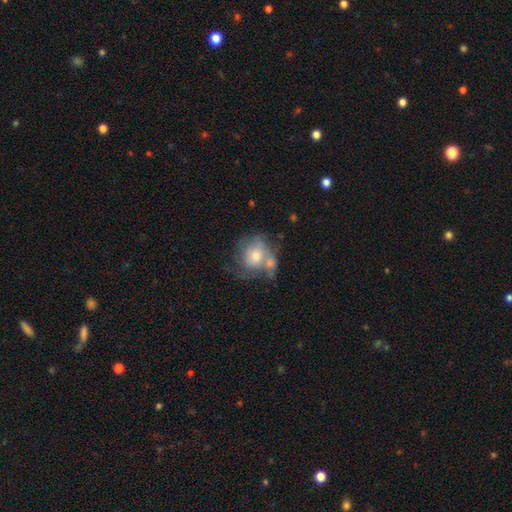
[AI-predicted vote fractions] Q: Smooth or featured?
A: featured or disk (46%); runner-up: smooth (45%)
Q: Merging?
A: merger (38%); runner-up: none (30%)